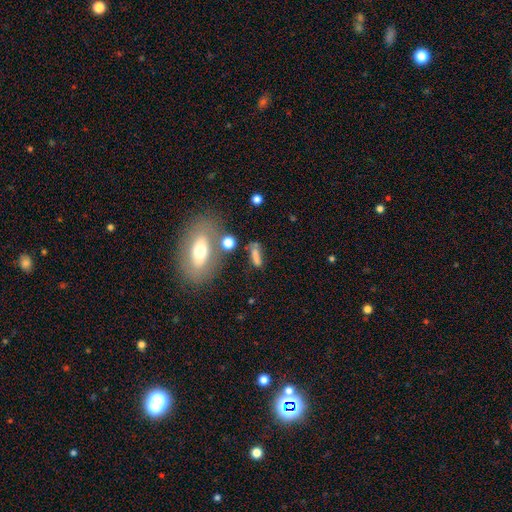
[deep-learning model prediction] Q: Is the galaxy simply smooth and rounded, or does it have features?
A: smooth — 71%.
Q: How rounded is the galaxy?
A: cigar-shaped — 51%.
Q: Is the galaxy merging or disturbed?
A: none — 60%.